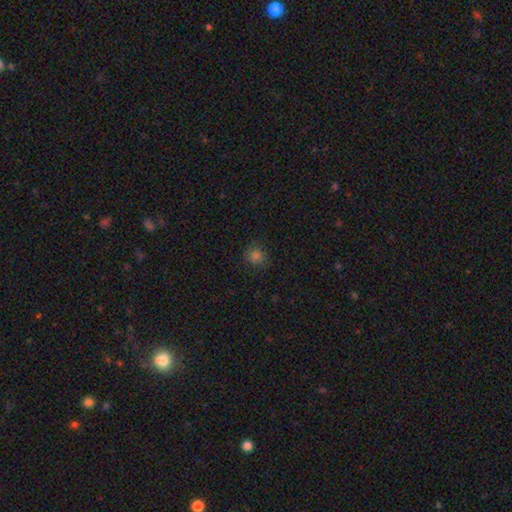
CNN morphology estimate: The model was most divided on "smooth or featured": smooth: 78%, star or artifact: 17%, featured or disk: 5%. More confident: how rounded — round (83%); merging — none (83%).